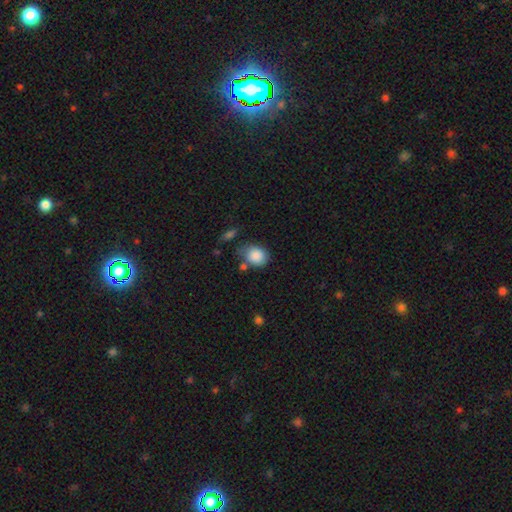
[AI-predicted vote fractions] Q: Smooth or featured?
A: smooth (86%); runner-up: star or artifact (8%)
Q: How rounded?
A: round (56%); runner-up: in between (43%)
Q: Merging?
A: none (62%); runner-up: minor disturbance (23%)